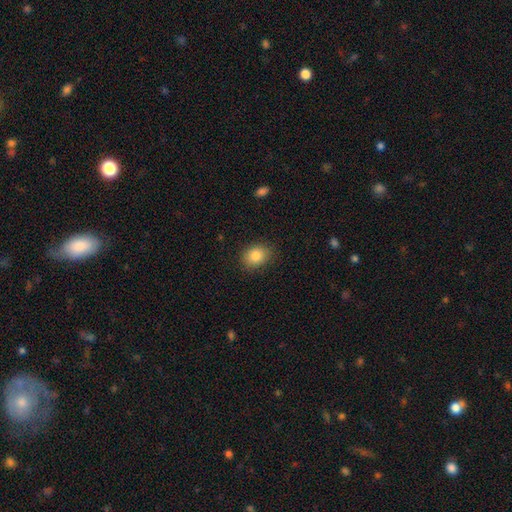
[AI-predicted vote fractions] smooth 85%, star or artifact 9%, featured or disk 6%. Down the decision tree: how rounded — in between (54%); merging — none (85%).